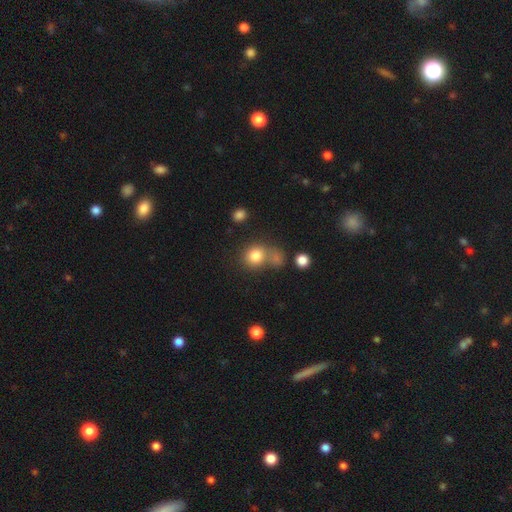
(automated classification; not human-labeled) This appears to be a smooth galaxy with no disk features (81%) that is round (78%). Merging: none (48%).